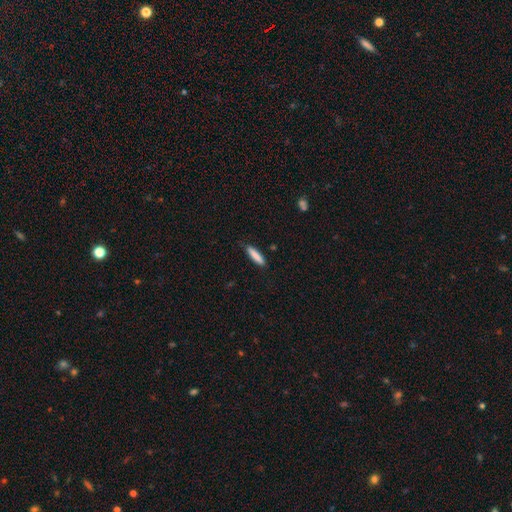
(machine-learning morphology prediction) smooth-or-featured: smooth: 86% | featured or disk: 8% | star or artifact: 6%
  how-rounded: cigar-shaped: 82% | in between: 17% | round: 1%
  merging: none: 86% | minor disturbance: 11% | major disturbance: 2% | merger: 1%